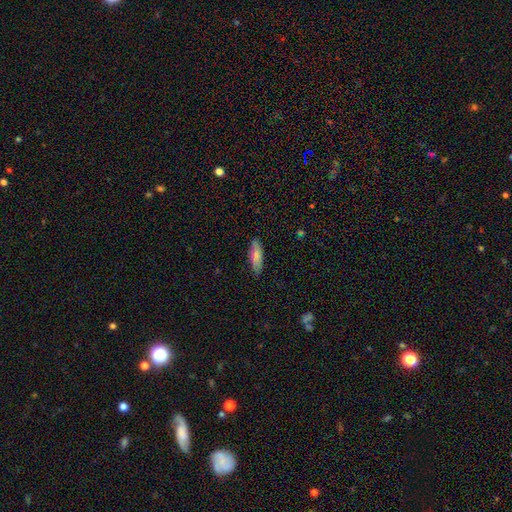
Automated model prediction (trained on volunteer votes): The model was most divided on "how rounded": in between: 59%, cigar-shaped: 39%, round: 2%. More confident: merging — none (84%); smooth or featured — smooth (78%).